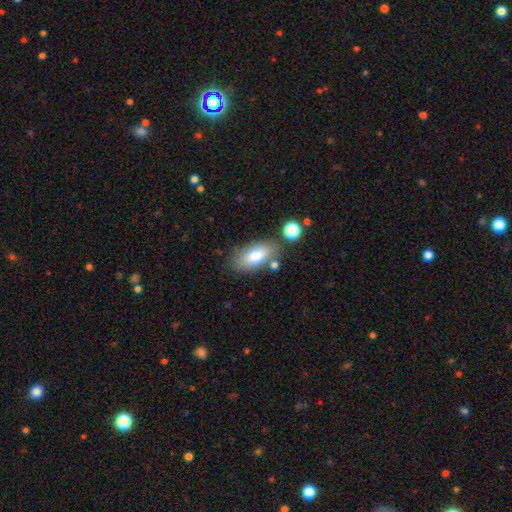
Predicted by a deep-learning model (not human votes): smooth-or-featured: smooth: 79% | featured or disk: 13% | star or artifact: 7%
  how-rounded: in between: 89% | cigar-shaped: 8% | round: 3%
  merging: none: 71% | minor disturbance: 16% | merger: 8% | major disturbance: 5%